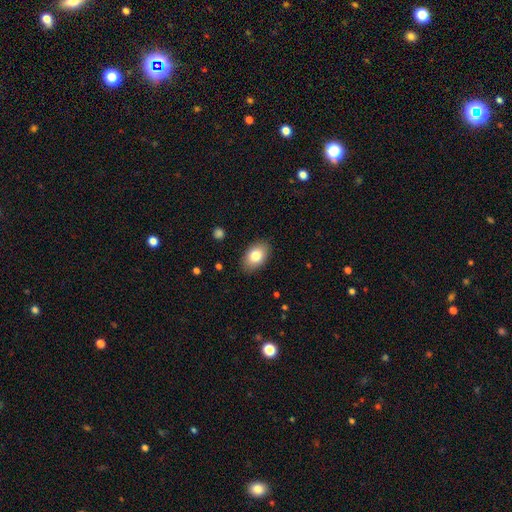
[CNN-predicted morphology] The model was most divided on "smooth or featured": smooth: 82%, featured or disk: 11%, star or artifact: 7%. More confident: how rounded — in between (89%); merging — none (87%).